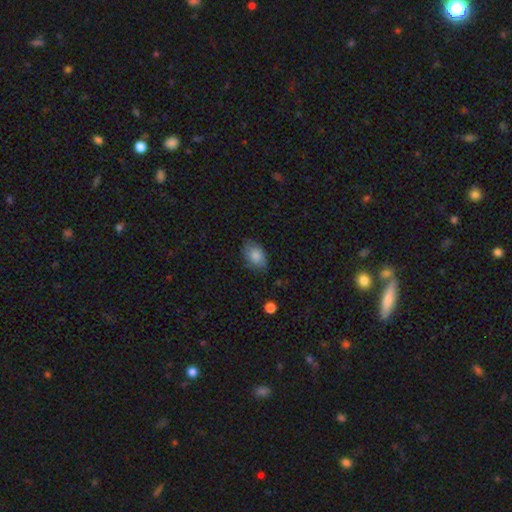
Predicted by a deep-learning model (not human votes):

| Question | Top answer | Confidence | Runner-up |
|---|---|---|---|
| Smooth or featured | smooth | 84% | featured or disk (9%) |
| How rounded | in between | 87% | round (12%) |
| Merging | none | 75% | minor disturbance (19%) |